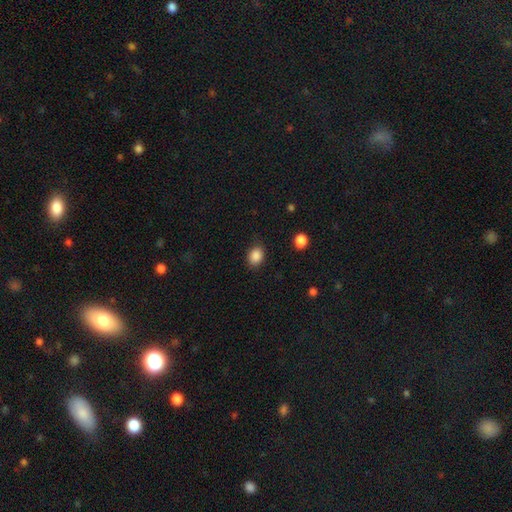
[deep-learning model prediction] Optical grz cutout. It shows a smooth galaxy with no disk features (87%) that is in between round and cigar-shaped (57%). Merging: none (82%).